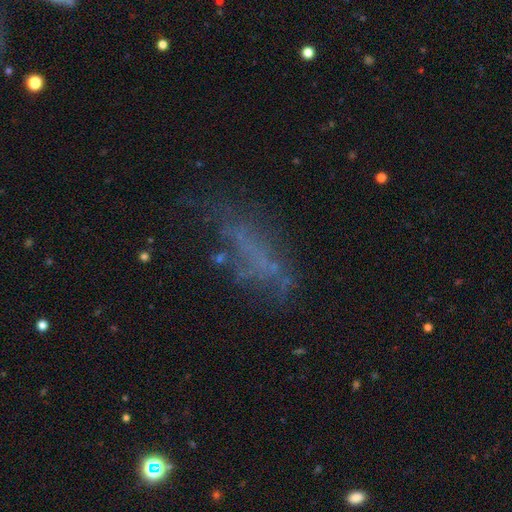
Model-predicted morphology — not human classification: smooth-or-featured: featured or disk: 40% | smooth: 37% | star or artifact: 22%
  merging: none: 44% | major disturbance: 28% | minor disturbance: 23% | merger: 5%